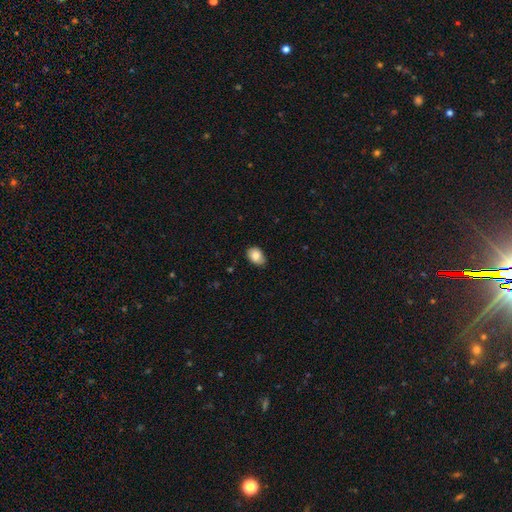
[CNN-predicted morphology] smooth_or_featured: smooth (p=0.85) [alt: featured or disk p=0.08]
how_rounded: in between (p=0.81) [alt: round p=0.18]
merging: none (p=0.80) [alt: minor disturbance p=0.16]